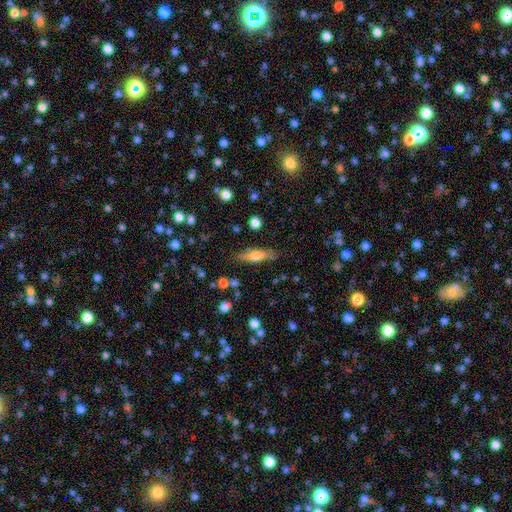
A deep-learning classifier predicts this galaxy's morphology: smooth-or-featured: smooth: 58% | featured or disk: 35% | star or artifact: 7%
  how-rounded: cigar-shaped: 57% | in between: 40% | round: 3%
  merging: none: 80% | minor disturbance: 14% | major disturbance: 3% | merger: 3%